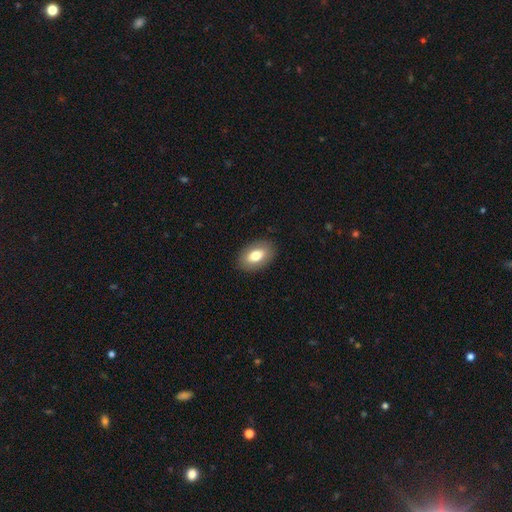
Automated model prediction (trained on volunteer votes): Smooth or featured? Predicted: smooth (p=0.76). How rounded? Predicted: in between (p=0.91). Merging? Predicted: none (p=0.88).